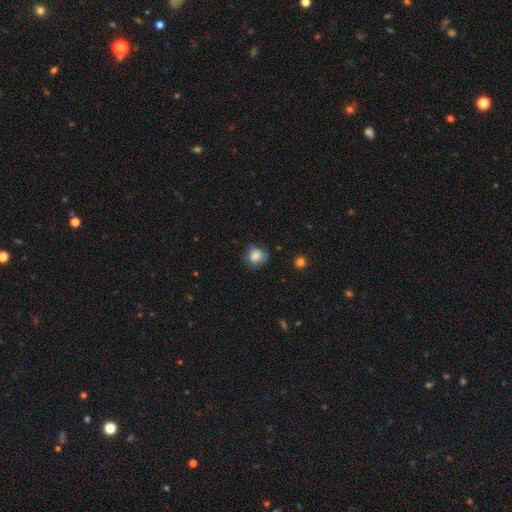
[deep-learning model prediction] Morphology: type=smooth (83%); roundness=round (71%); merging=none (67%).